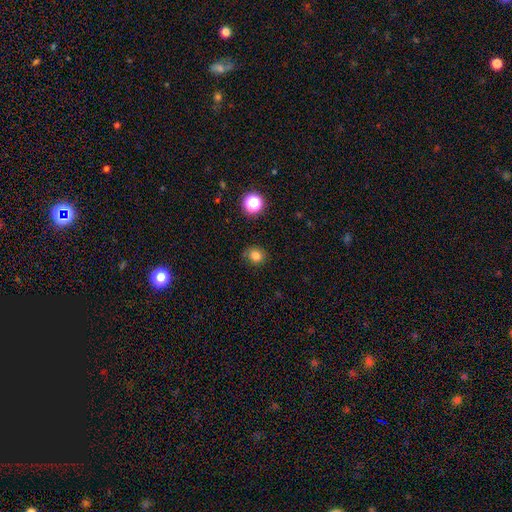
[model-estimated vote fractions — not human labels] smooth_or_featured: smooth (p=0.79) [alt: star or artifact p=0.15]
how_rounded: round (p=0.77) [alt: in between p=0.22]
merging: none (p=0.77) [alt: minor disturbance p=0.17]